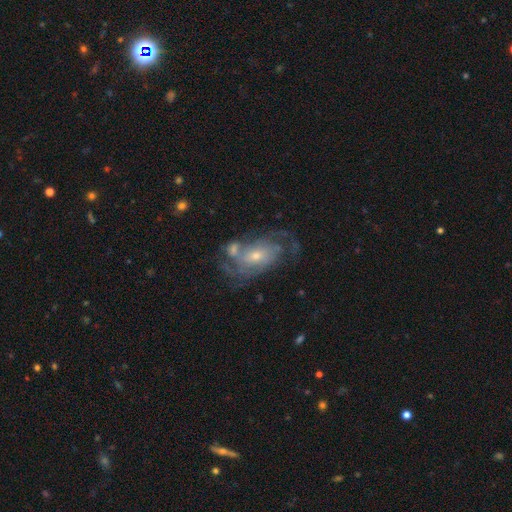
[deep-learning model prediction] Overall: featured or disk (79%). Edge-on disk: no (95%). Bar: no (64%; weak 29%). Spiral arms: yes (88%). Spiral arm count: can't tell (38%; 2 31%). Spiral winding: tight (43%; medium 40%). Bulge size: small (54%; moderate 40%). Merging: none (47%; minor disturbance 18%).